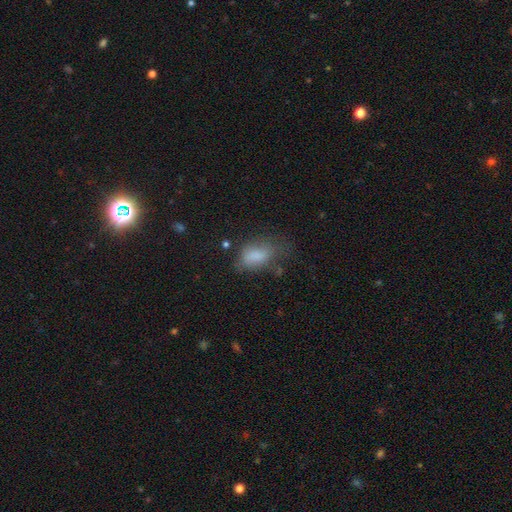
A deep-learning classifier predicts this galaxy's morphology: The model was most divided on "merging": none: 38%, minor disturbance: 32%, major disturbance: 26%, merger: 4%. More confident: how rounded — in between (87%); smooth or featured — smooth (76%).